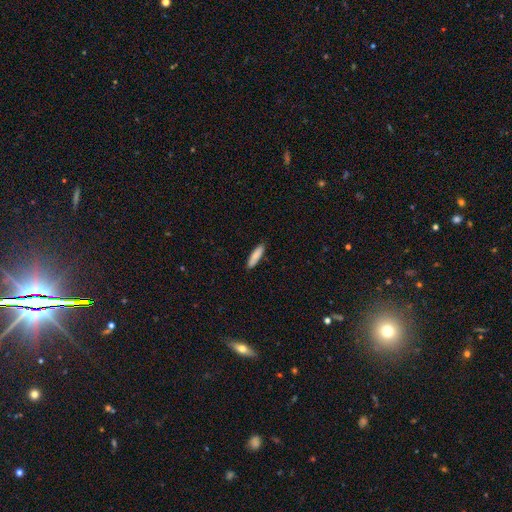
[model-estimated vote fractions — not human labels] A smooth galaxy with no disk features (86%) that is cigar-shaped (72%). Merging: none (89%).